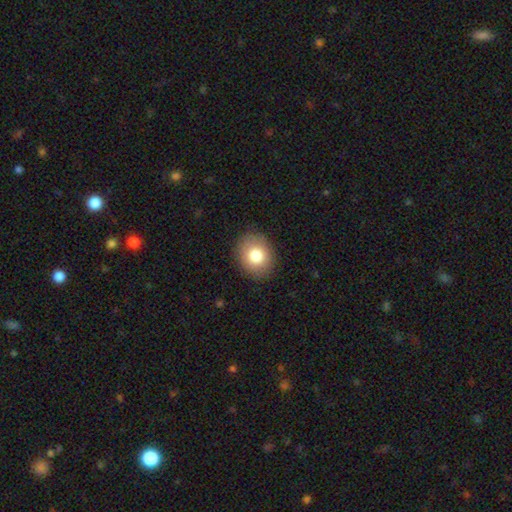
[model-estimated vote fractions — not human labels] smooth_or_featured: smooth (p=0.81) [alt: featured or disk p=0.11]
how_rounded: round (p=0.56) [alt: in between p=0.43]
merging: none (p=0.87) [alt: minor disturbance p=0.09]